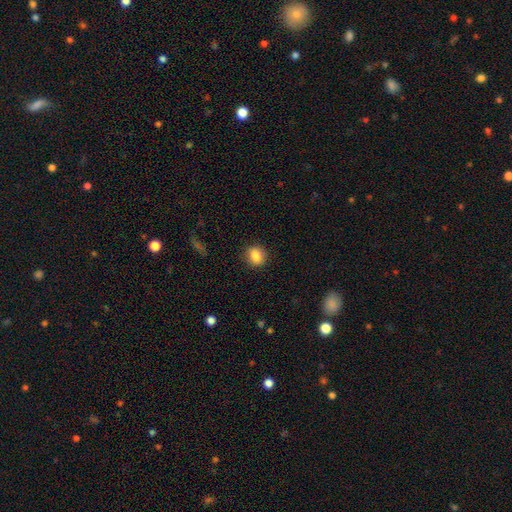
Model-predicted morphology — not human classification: A smooth galaxy with no disk features (86%) that is round (69%).

Vote fractions:
- Smooth or featured? smooth: 86% / star or artifact: 9% / featured or disk: 5%
- How rounded? round: 69% / in between: 30% / cigar-shaped: 1%
- Merging? none: 88% / minor disturbance: 9% / major disturbance: 2% / merger: 1%